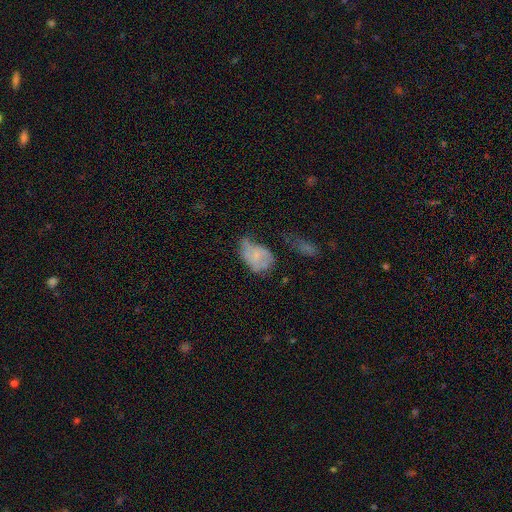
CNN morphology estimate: Smooth or featured? smooth (51%)
How rounded? in between (83%)
Merging? major disturbance (34%)